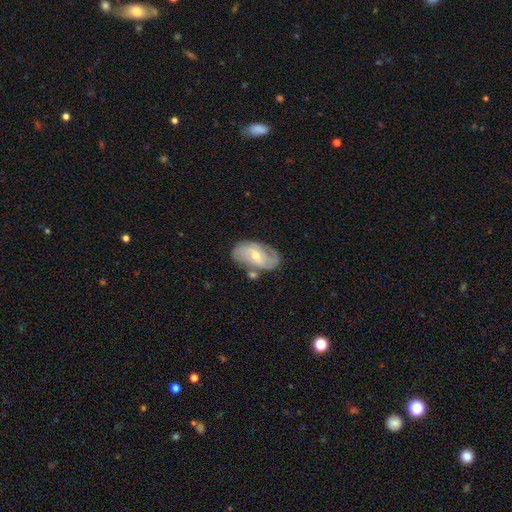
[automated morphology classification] smooth-or-featured: featured or disk: 78% | smooth: 16% | star or artifact: 6%
  disk-edge-on: no: 95% | yes: 5%
    bar: weak: 45% | no: 42% | strong: 13%
    has-spiral-arms: yes: 91% | no: 9%
      spiral-winding: tight: 50% | medium: 36% | loose: 13%
      spiral-arm-count: 2: 46% | can't tell: 25% | 3: 17% | 4: 5% | 1: 4% | more than 4: 3%
    bulge-size: moderate: 51% | small: 46% | large: 2% | none: 1% | dominant: 1%
  merging: none: 61% | minor disturbance: 20% | merger: 12% | major disturbance: 7%